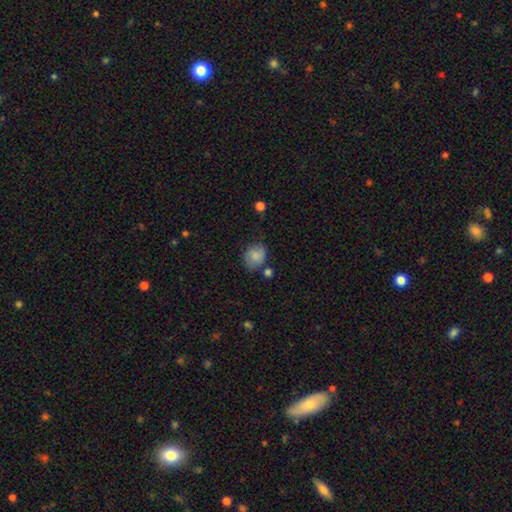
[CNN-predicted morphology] smooth 81%, featured or disk 10%, star or artifact 8%. Down the decision tree: how rounded — round (58%); merging — none (66%).